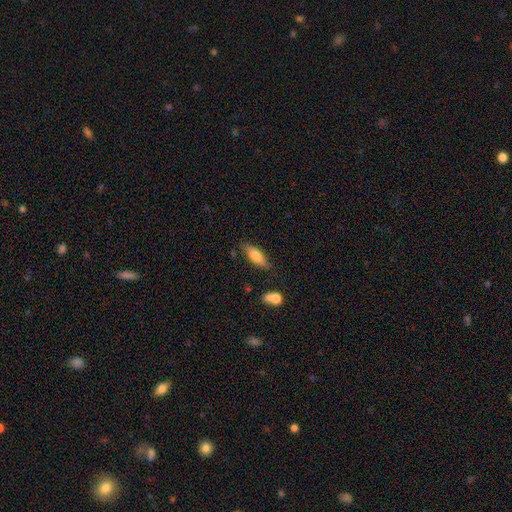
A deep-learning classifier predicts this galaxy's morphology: Smooth or featured? smooth (72%)
How rounded? in between (62%)
Merging? none (75%)